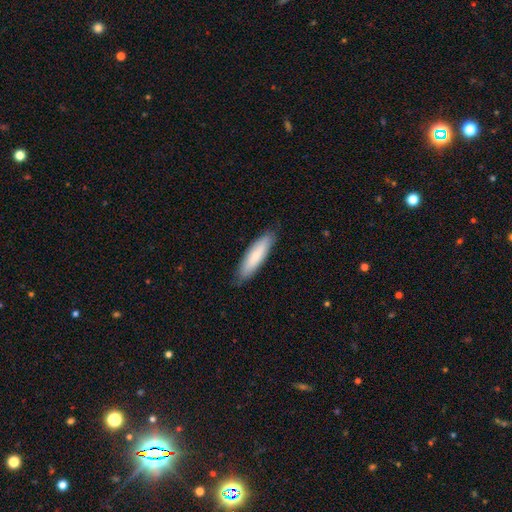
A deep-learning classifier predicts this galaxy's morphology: type=smooth (76%); roundness=cigar-shaped (69%); merging=none (85%).